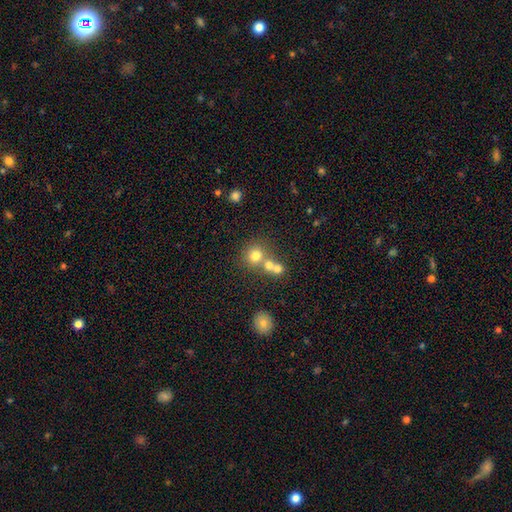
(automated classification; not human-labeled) Overall: smooth (72%). How rounded: round (86%). Merging: none (49%; merger 41%).